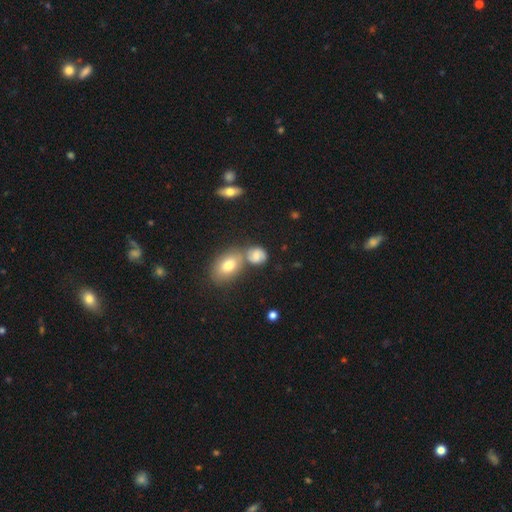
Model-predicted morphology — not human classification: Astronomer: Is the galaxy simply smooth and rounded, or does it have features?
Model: smooth — 68%.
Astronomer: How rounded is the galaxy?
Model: in between — 55% (runner-up: round, 42%).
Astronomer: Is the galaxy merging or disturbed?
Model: none — 52% (runner-up: merger, 31%).